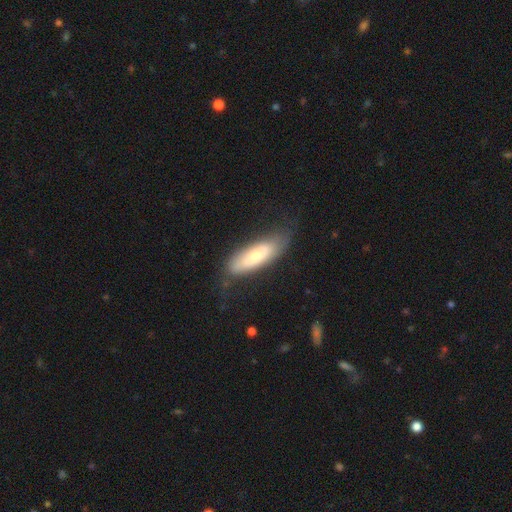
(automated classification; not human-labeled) Smooth or featured: smooth — 60% (featured or disk — 33%)
How rounded: in between — 52% (cigar-shaped — 47%)
Merging: none — 65% (minor disturbance — 24%)